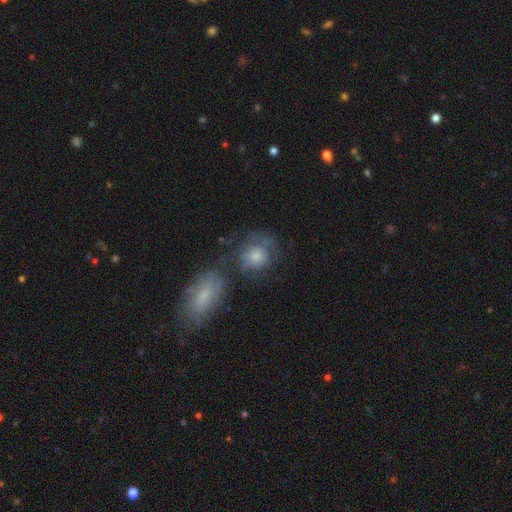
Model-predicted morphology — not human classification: This is possibly a smooth galaxy (47%). Merging: possibly none (51%).